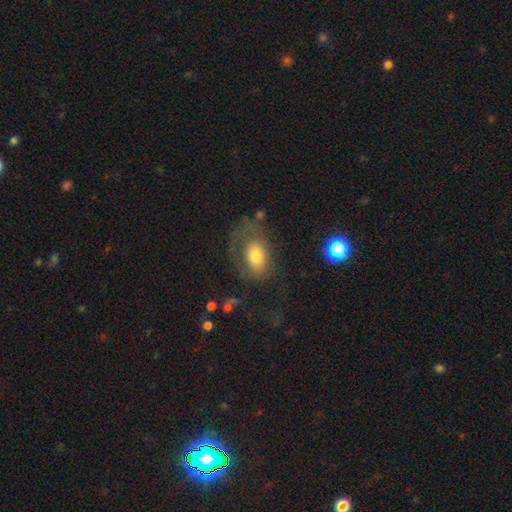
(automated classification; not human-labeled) Smooth or featured?
  - smooth: 58% *
  - featured or disk: 32%
  - star or artifact: 10%
How rounded?
  - in between: 83% *
  - round: 15%
  - cigar-shaped: 2%
Merging?
  - none: 42% *
  - major disturbance: 34%
  - minor disturbance: 20%
  - merger: 3%